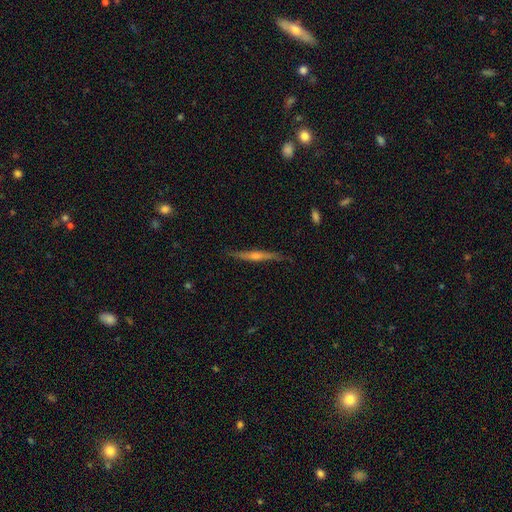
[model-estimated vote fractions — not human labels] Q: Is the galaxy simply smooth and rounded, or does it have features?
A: featured or disk — 72%.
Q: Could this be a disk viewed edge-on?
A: yes — 96%.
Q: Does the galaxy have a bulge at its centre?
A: rounded — 80%.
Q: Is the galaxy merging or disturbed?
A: none — 82%.